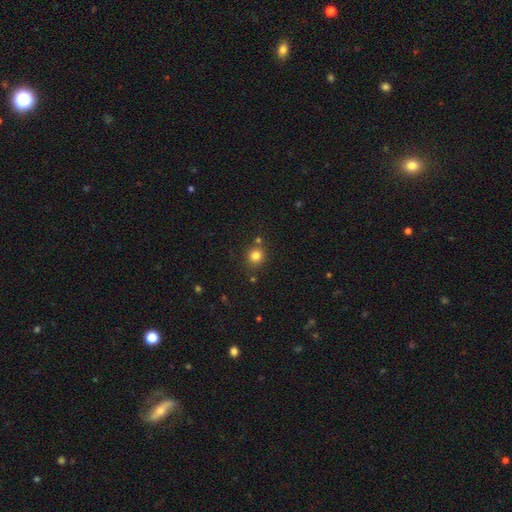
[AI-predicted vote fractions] Morphology: type=smooth (81%); roundness=round (88%); merging=none (79%).